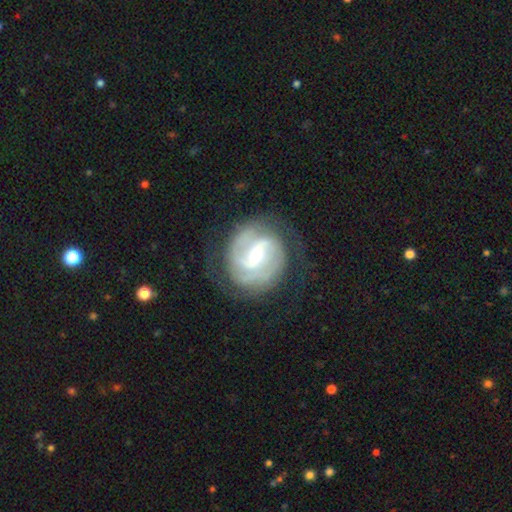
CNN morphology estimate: Overall: featured or disk (89%). Edge-on disk: no (98%). Bar: weak (48%; strong 34%). Spiral arms: yes (97%). Spiral arm count: 2 (63%). Spiral winding: tight (46%; medium 42%). Bulge size: small (53%; moderate 44%). Merging: none (73%).